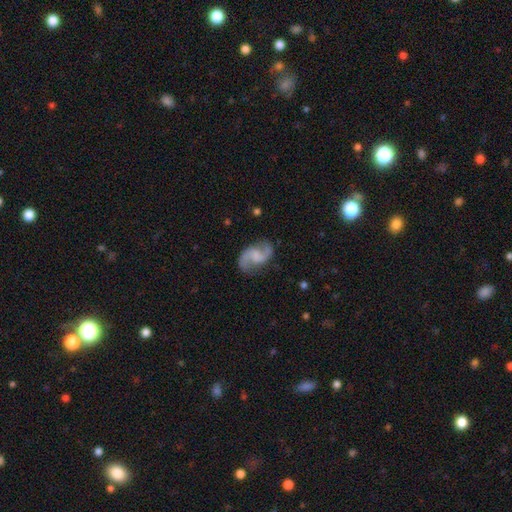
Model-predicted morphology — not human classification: Q: Smooth or featured?
A: featured or disk (87%); runner-up: smooth (8%)
Q: Edge-on disk?
A: no (98%); runner-up: yes (2%)
Q: Bar?
A: weak (50%); runner-up: no (39%)
Q: Spiral arms?
A: yes (97%); runner-up: no (3%)
Q: Spiral winding?
A: loose (56%); runner-up: medium (37%)
Q: Spiral arm count?
A: 2 (94%); runner-up: can't tell (2%)
Q: Bulge size?
A: none (47%); runner-up: small (29%)
Q: Merging?
A: none (80%); runner-up: minor disturbance (13%)